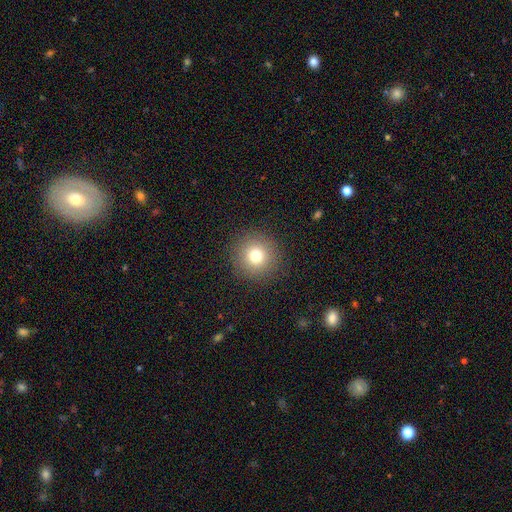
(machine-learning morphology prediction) A smooth galaxy with no disk features (77%) that is round (95%).

Vote fractions:
- Smooth or featured? smooth: 77% / star or artifact: 14% / featured or disk: 10%
- How rounded? round: 95% / in between: 4% / cigar-shaped: 1%
- Merging? none: 91% / minor disturbance: 6% / major disturbance: 3% / merger: 1%